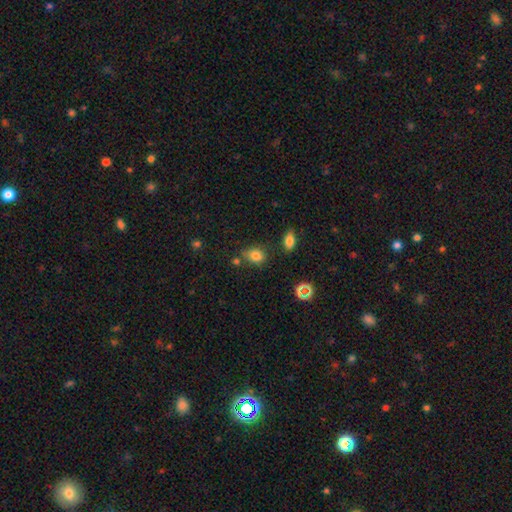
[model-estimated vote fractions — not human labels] A smooth galaxy with no disk features (78%) that is in between round and cigar-shaped (53%). Merging: none (65%).